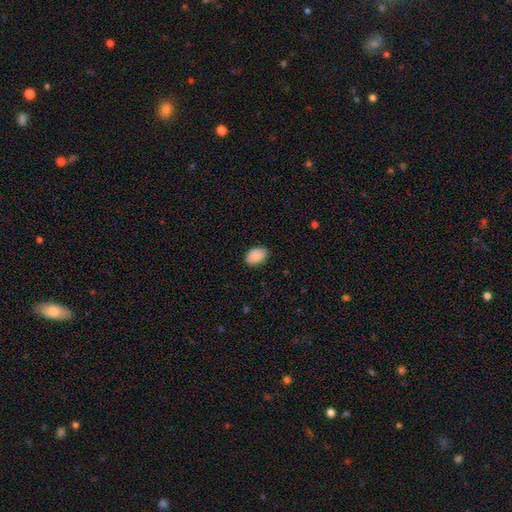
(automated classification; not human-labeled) This is clearly a smooth galaxy (89%). How rounded: clearly in between (88%). Merging: clearly none (85%).